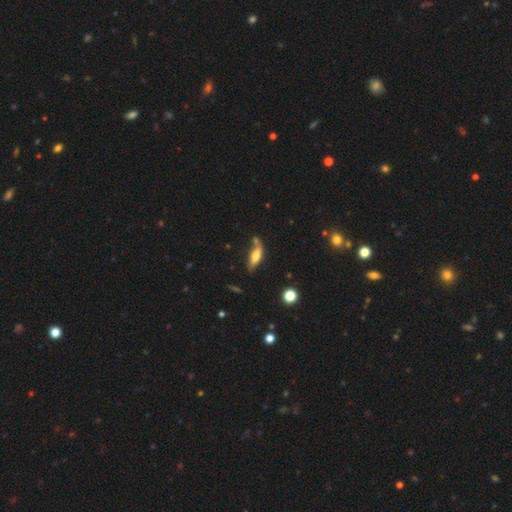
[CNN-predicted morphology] Smooth or featured?
  - smooth: 59% *
  - featured or disk: 32%
  - star or artifact: 8%
How rounded?
  - in between: 51% *
  - cigar-shaped: 47%
  - round: 3%
Merging?
  - none: 59% *
  - minor disturbance: 22%
  - merger: 12%
  - major disturbance: 7%